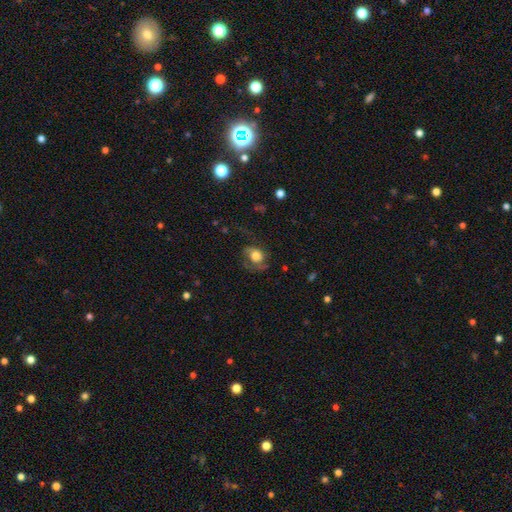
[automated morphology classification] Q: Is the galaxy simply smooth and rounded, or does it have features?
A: smooth — 47%.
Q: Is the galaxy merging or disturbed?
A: none — 49%.